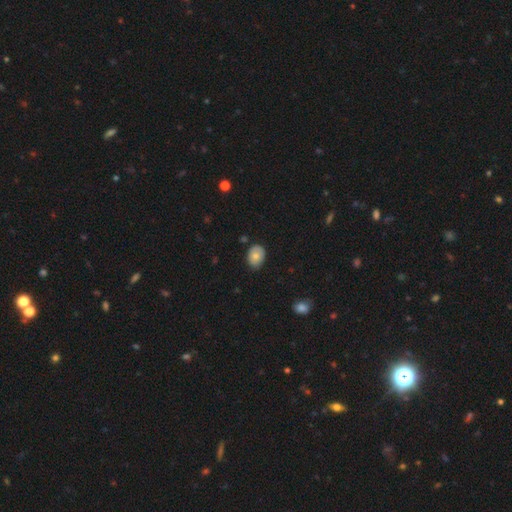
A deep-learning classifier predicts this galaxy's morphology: smooth 74%, featured or disk 18%, star or artifact 8%. Down the decision tree: how rounded — in between (67%); merging — none (75%).